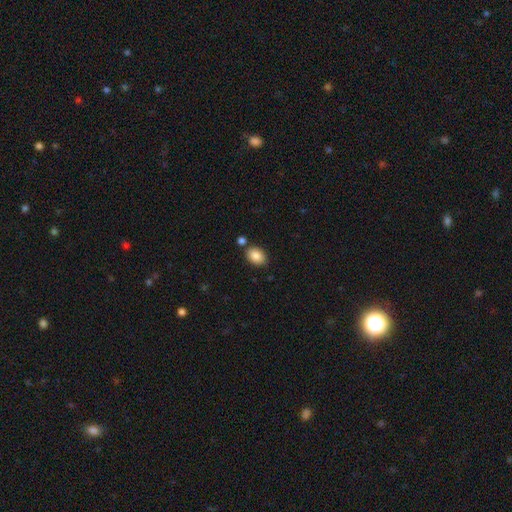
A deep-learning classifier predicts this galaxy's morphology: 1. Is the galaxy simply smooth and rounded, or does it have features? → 87% smooth, 8% star or artifact, 5% featured or disk.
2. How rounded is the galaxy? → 75% in between, 24% round, 1% cigar-shaped.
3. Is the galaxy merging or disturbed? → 77% none, 11% minor disturbance, 9% merger, 3% major disturbance.